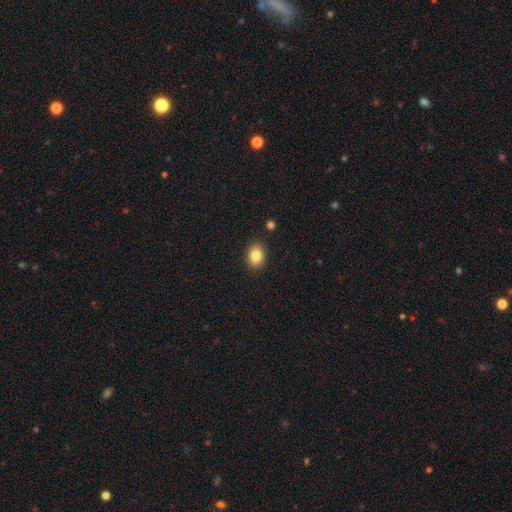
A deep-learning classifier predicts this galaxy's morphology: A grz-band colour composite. It shows a smooth galaxy with no disk features (84%) that is in between round and cigar-shaped (67%). Merging: none (88%).